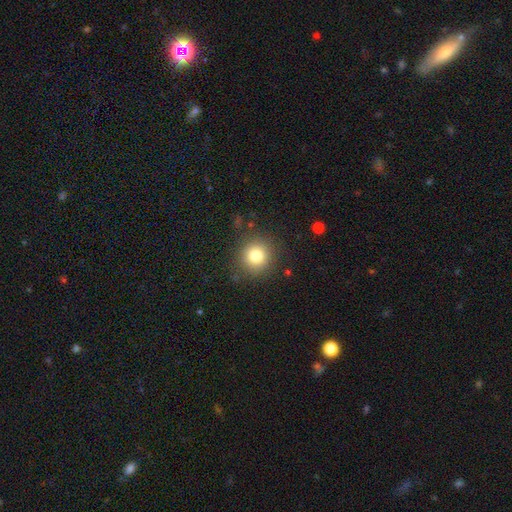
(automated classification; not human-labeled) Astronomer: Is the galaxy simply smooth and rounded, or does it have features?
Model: smooth — 80%.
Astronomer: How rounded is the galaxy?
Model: round — 91%.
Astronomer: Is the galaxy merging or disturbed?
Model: none — 86%.